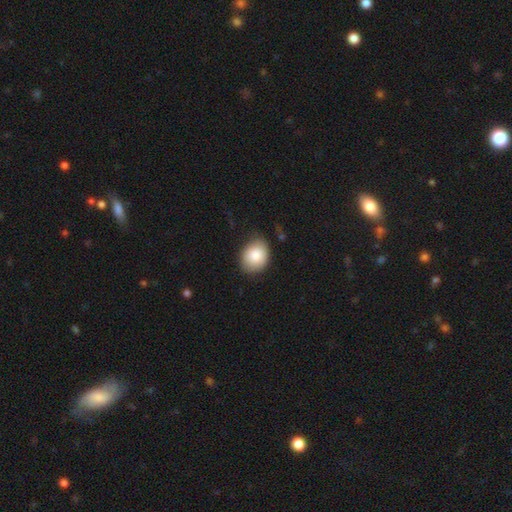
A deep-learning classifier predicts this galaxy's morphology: Smooth or featured? smooth (85%)
How rounded? round (51%)
Merging? none (77%)